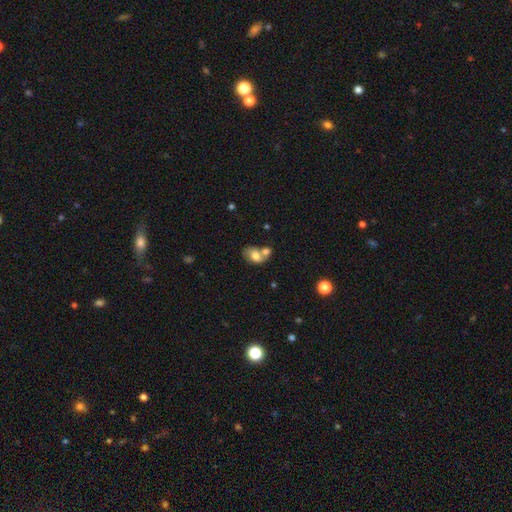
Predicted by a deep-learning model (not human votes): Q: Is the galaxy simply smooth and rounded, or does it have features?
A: smooth — 65%.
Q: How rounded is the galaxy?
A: in between — 79%.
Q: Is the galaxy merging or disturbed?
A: merger — 55%.